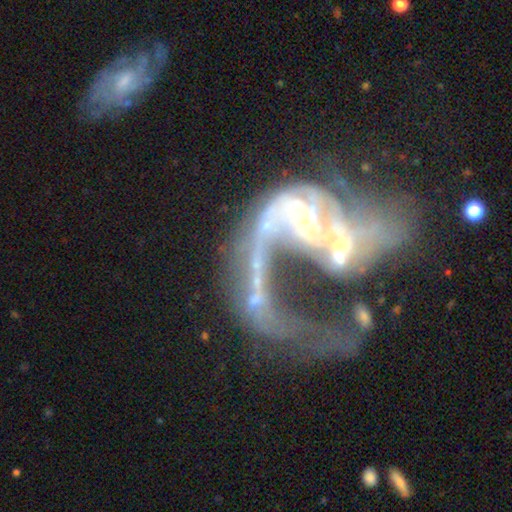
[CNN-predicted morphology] smooth-or-featured: featured or disk: 74% | star or artifact: 14% | smooth: 12%
  disk-edge-on: no: 96% | yes: 4%
    bar: no: 58% | weak: 25% | strong: 17%
    has-spiral-arms: yes: 68% | no: 32%
    bulge-size: small: 39% | moderate: 28% | none: 26% | large: 4% | dominant: 2%
  merging: merger: 56% | major disturbance: 28% | none: 10% | minor disturbance: 6%